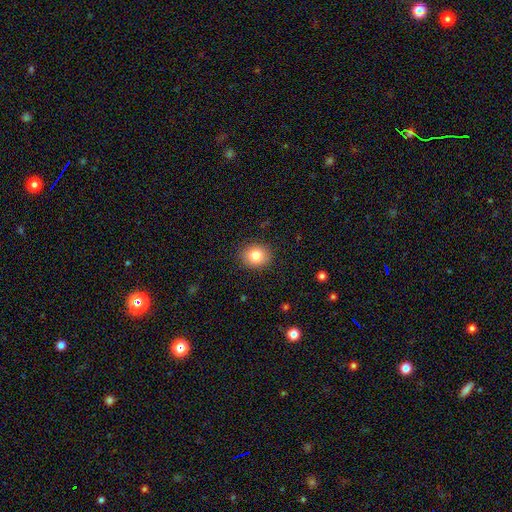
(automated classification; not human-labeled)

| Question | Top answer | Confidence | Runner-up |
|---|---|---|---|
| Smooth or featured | smooth | 83% | star or artifact (10%) |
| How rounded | round | 70% | in between (29%) |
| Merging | none | 88% | minor disturbance (8%) |